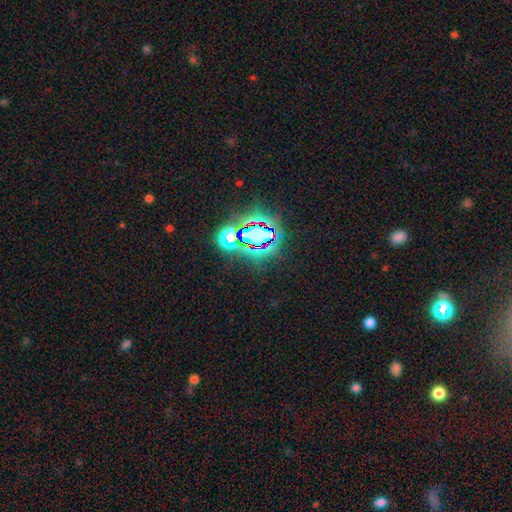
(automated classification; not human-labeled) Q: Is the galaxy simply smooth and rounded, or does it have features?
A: star or artifact — 81%.